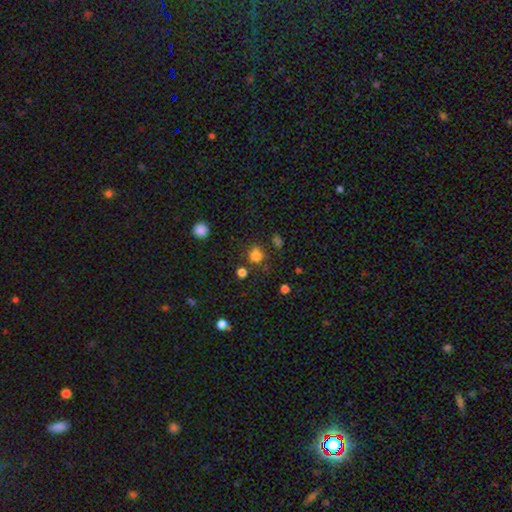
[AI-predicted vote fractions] smooth 77%, star or artifact 18%, featured or disk 5%. Down the decision tree: how rounded — round (83%); merging — none (72%).